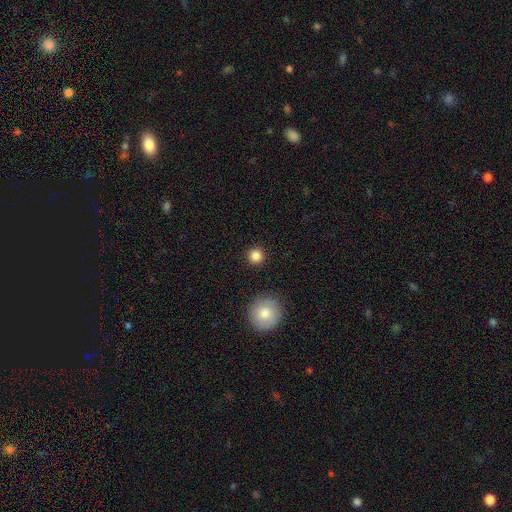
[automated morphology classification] Smooth or featured? Predicted: smooth (p=0.84). How rounded? Predicted: round (p=0.96). Merging? Predicted: none (p=0.91).